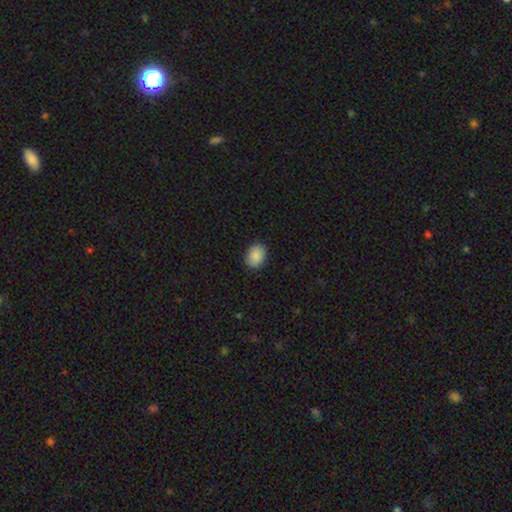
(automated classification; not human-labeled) Q: Smooth or featured?
A: smooth (88%); runner-up: star or artifact (7%)
Q: How rounded?
A: in between (62%); runner-up: round (37%)
Q: Merging?
A: none (88%); runner-up: minor disturbance (9%)